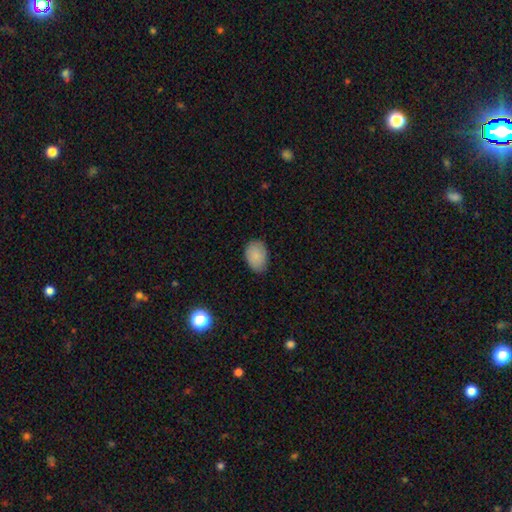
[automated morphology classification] The model was most divided on "merging": none: 76%, minor disturbance: 20%, major disturbance: 3%, merger: 1%. More confident: smooth or featured — smooth (86%); how rounded — in between (80%).